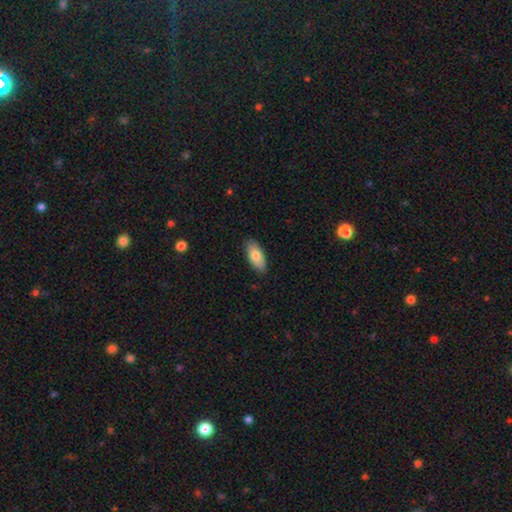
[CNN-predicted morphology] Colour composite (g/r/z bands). It shows a smooth galaxy with no disk features (77%) that is in between round and cigar-shaped (90%). Merging: none (87%).